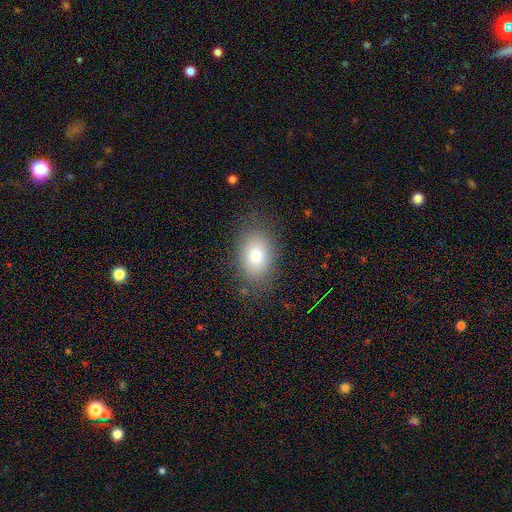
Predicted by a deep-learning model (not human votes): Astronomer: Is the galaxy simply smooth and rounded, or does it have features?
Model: smooth — 76%.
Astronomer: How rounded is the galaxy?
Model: in between — 77%.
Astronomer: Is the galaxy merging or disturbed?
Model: none — 80%.